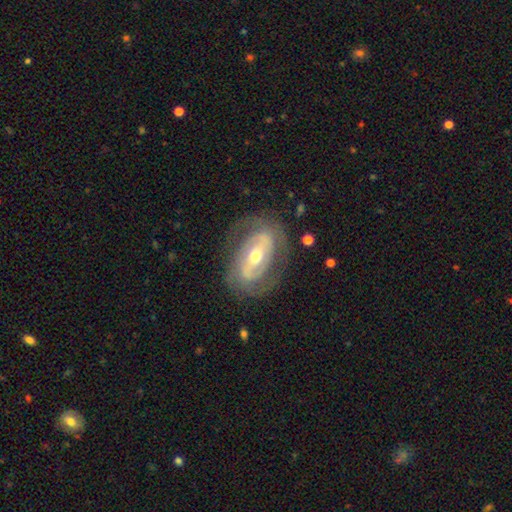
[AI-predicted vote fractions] This is clearly a featured or disk galaxy (81%). It is clearly not viewed edge-on (94%). Bar: marginally strong (41%). Spiral arm pattern: likely yes (73%). Spiral arm count: likely 2 (67%). Spiral winding: possibly tight (50%). Central bulge: likely moderate (63%). Merging: likely none (75%).